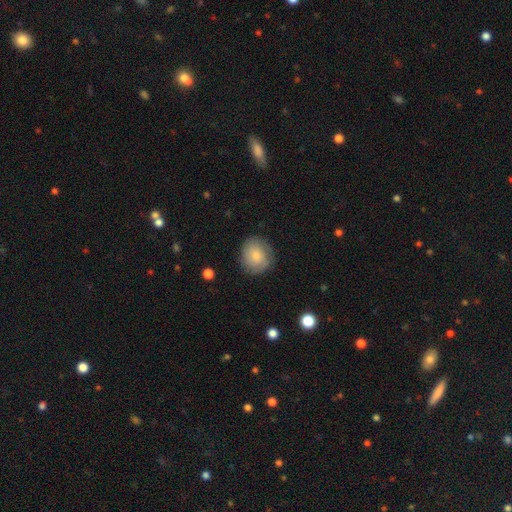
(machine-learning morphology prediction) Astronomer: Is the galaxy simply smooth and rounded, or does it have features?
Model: smooth — 71%.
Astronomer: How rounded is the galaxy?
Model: round — 76%.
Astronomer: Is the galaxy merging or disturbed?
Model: none — 80%.